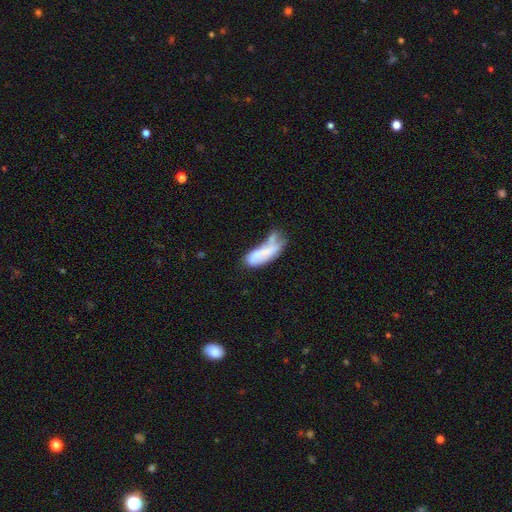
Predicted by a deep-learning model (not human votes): Smooth or featured? smooth (60%)
How rounded? in between (66%)
Merging? merger (28%, tied with major disturbance)